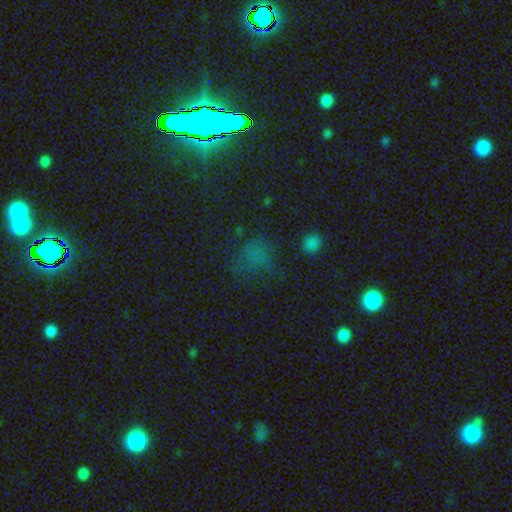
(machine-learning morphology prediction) Smooth or featured?
  - star or artifact: 45% * (tied)
  - smooth: 45% * (tied)
  - featured or disk: 10%